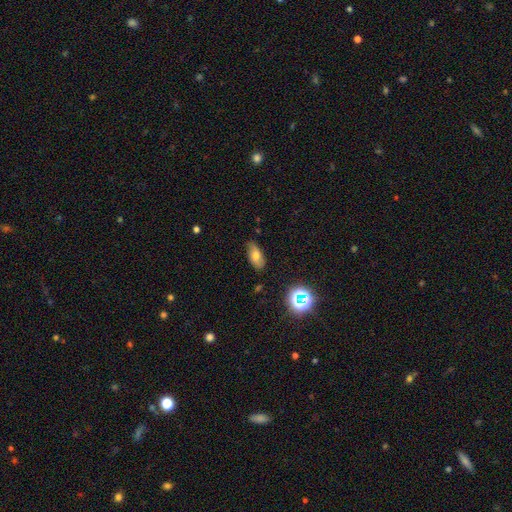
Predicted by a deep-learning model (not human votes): A smooth galaxy with no disk features (65%) that is in between round and cigar-shaped (88%).

Vote fractions:
- Smooth or featured? smooth: 65% / featured or disk: 22% / star or artifact: 13%
- How rounded? in between: 88% / cigar-shaped: 7% / round: 5%
- Merging? none: 77% / minor disturbance: 18% / major disturbance: 3% / merger: 2%